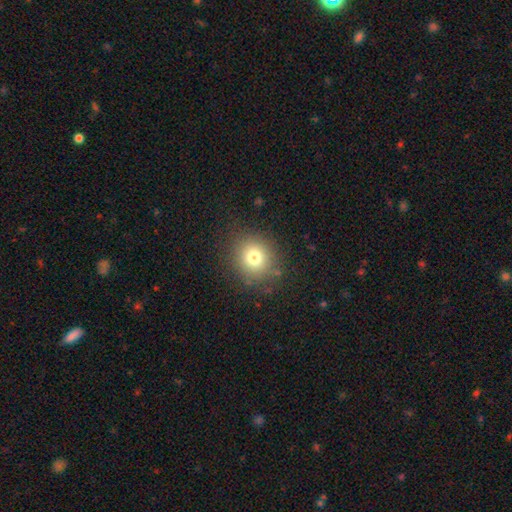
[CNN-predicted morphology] Smooth or featured? smooth (76%)
How rounded? round (84%)
Merging? none (85%)